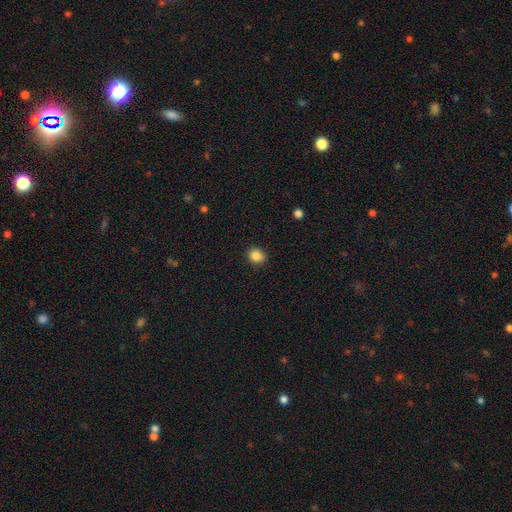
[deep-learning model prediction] Morphology: type=smooth (85%); roundness=round (63%); merging=none (87%).